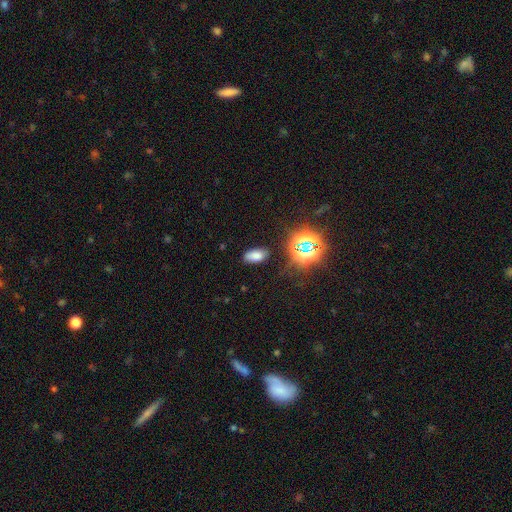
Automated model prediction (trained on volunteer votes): Smooth or featured?
  - smooth: 69% *
  - star or artifact: 22%
  - featured or disk: 8%
How rounded?
  - in between: 91% *
  - round: 5%
  - cigar-shaped: 4%
Merging?
  - none: 83% *
  - minor disturbance: 12%
  - major disturbance: 4%
  - merger: 2%